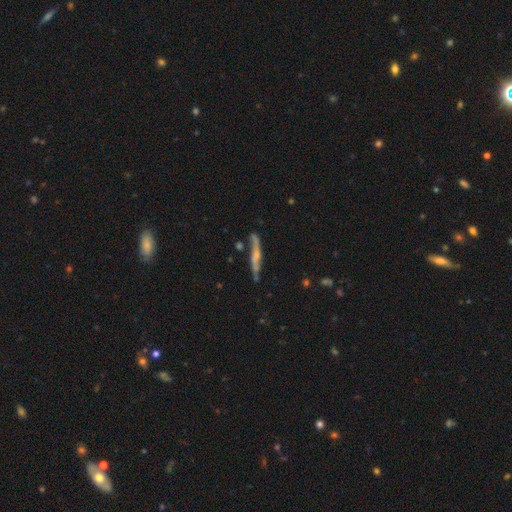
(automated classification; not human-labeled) smooth-or-featured: featured or disk: 61% | smooth: 31% | star or artifact: 8%
  disk-edge-on: yes: 76% | no: 24%
  merging: none: 64% | minor disturbance: 22% | major disturbance: 8% | merger: 7%